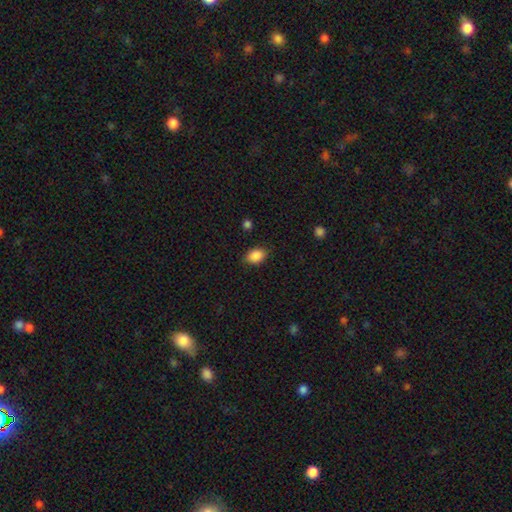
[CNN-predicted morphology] Smooth or featured: smooth — 88% (star or artifact — 8%)
How rounded: in between — 80% (round — 19%)
Merging: none — 84% (minor disturbance — 12%)